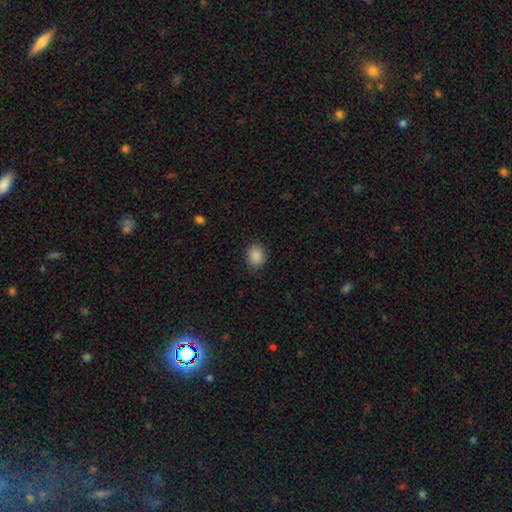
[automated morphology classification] Smooth or featured: smooth — 88% (star or artifact — 9%)
How rounded: round — 58% (in between — 41%)
Merging: none — 85% (minor disturbance — 11%)